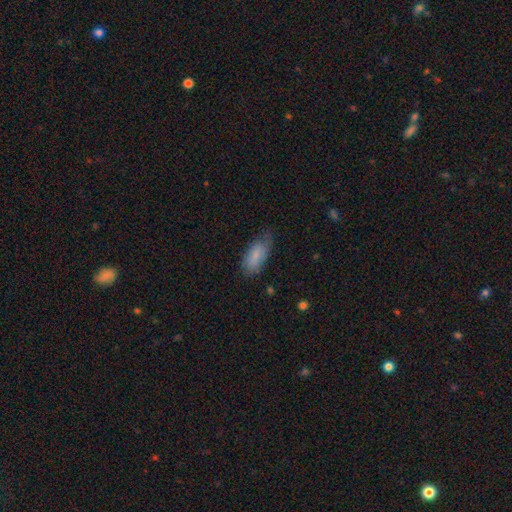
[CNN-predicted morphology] Smooth or featured?
  - smooth: 81% *
  - featured or disk: 12%
  - star or artifact: 6%
How rounded?
  - in between: 88% *
  - cigar-shaped: 10%
  - round: 2%
Merging?
  - none: 56% *
  - minor disturbance: 33%
  - major disturbance: 9%
  - merger: 2%